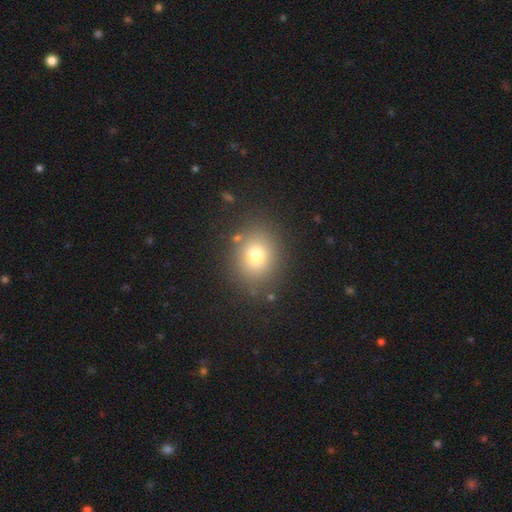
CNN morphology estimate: The model was most divided on "how rounded": round: 63%, in between: 36%, cigar-shaped: 1%. More confident: merging — none (83%); smooth or featured — smooth (74%).